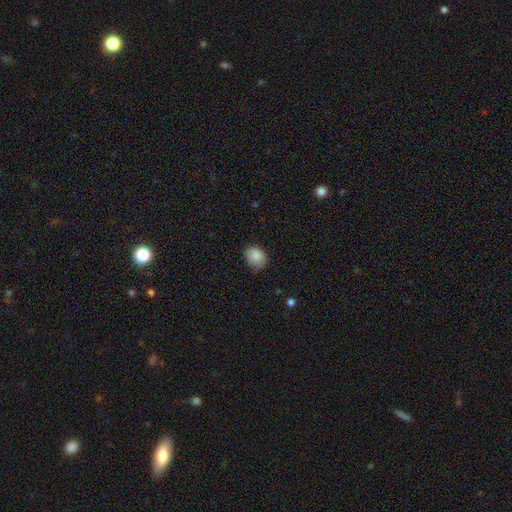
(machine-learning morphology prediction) smooth-or-featured: smooth: 87% | star or artifact: 8% | featured or disk: 5%
  how-rounded: in between: 53% | round: 46% | cigar-shaped: 1%
  merging: none: 72% | minor disturbance: 23% | major disturbance: 4% | merger: 1%